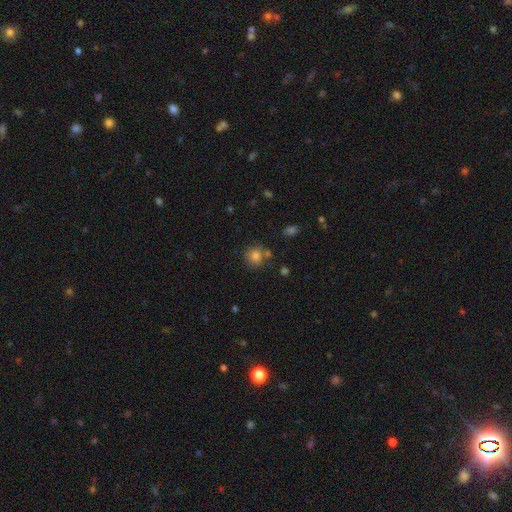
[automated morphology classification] Smooth or featured?
  - smooth: 82% *
  - star or artifact: 11%
  - featured or disk: 7%
How rounded?
  - round: 86% *
  - in between: 13%
  - cigar-shaped: 1%
Merging?
  - none: 73% *
  - minor disturbance: 12%
  - merger: 11%
  - major disturbance: 4%